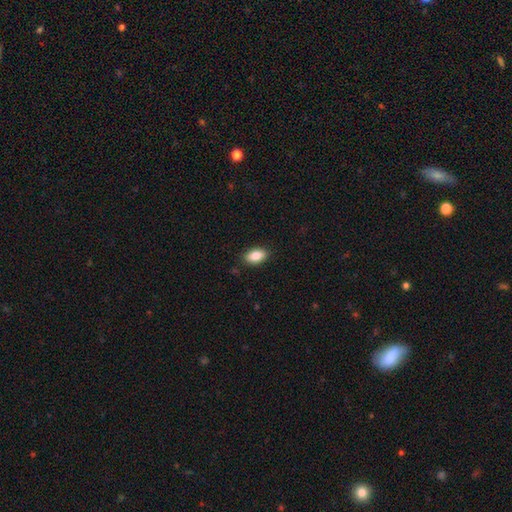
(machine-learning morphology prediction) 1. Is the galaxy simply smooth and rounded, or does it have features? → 87% smooth, 7% star or artifact, 6% featured or disk.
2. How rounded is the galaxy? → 92% in between, 6% round, 3% cigar-shaped.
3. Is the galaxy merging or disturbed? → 87% none, 10% minor disturbance, 2% major disturbance, 1% merger.